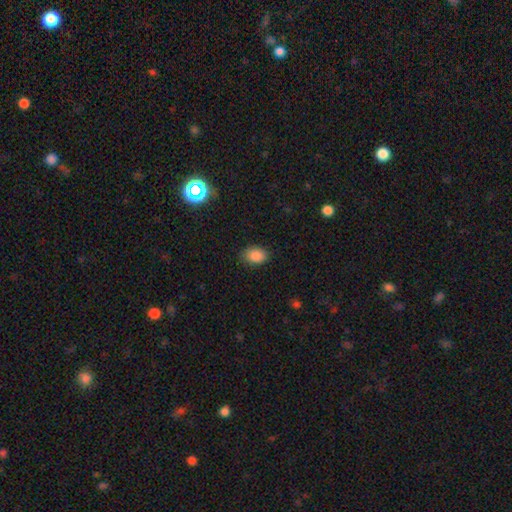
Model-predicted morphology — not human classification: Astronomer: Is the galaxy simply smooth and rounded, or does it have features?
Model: smooth — 87%.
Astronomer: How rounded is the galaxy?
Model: in between — 80%.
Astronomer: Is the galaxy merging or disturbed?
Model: none — 81%.